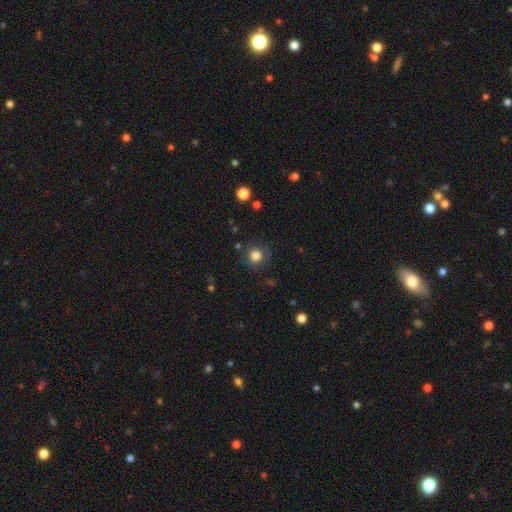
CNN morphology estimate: Q: Smooth or featured?
A: smooth (81%); runner-up: star or artifact (12%)
Q: How rounded?
A: round (92%); runner-up: in between (7%)
Q: Merging?
A: none (82%); runner-up: minor disturbance (11%)